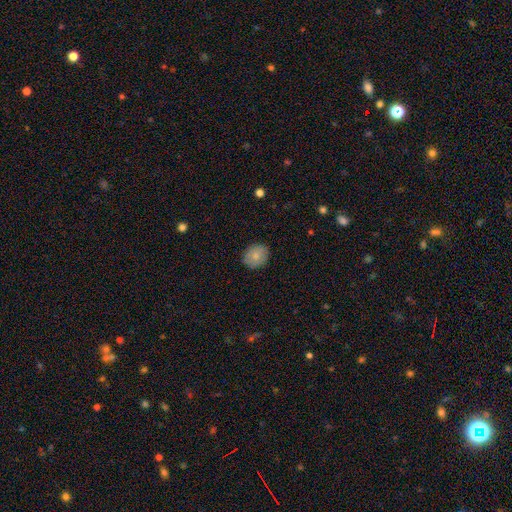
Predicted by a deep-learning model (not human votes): Smooth or featured: smooth — 80% (featured or disk — 13%)
How rounded: round — 68% (in between — 31%)
Merging: none — 86% (minor disturbance — 11%)